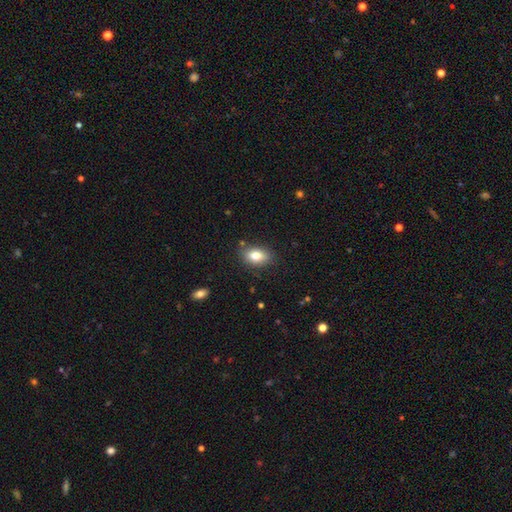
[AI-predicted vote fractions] smooth-or-featured: smooth: 82% | featured or disk: 10% | star or artifact: 9%
  how-rounded: in between: 86% | round: 12% | cigar-shaped: 2%
  merging: none: 81% | minor disturbance: 14% | major disturbance: 3% | merger: 2%